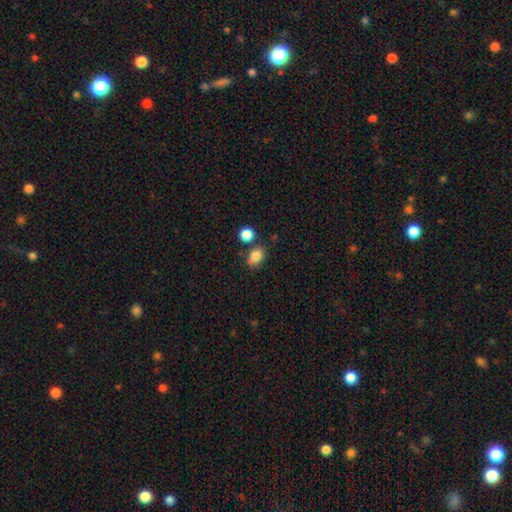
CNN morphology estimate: smooth 84%, star or artifact 10%, featured or disk 6%. Down the decision tree: how rounded — in between (62%); merging — none (68%).